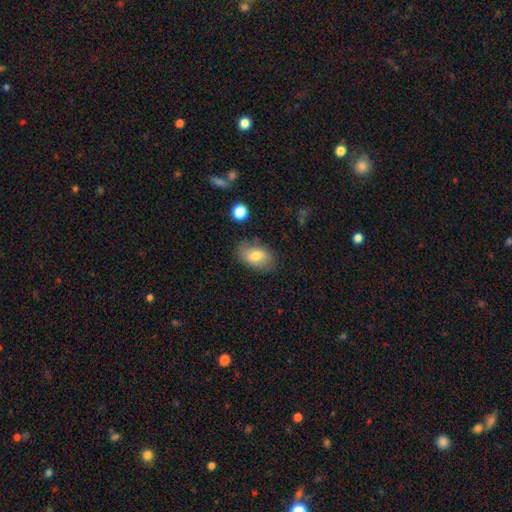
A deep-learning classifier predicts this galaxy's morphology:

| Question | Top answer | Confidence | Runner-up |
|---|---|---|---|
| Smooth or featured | smooth | 75% | featured or disk (17%) |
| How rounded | in between | 89% | round (9%) |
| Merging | none | 76% | minor disturbance (17%) |